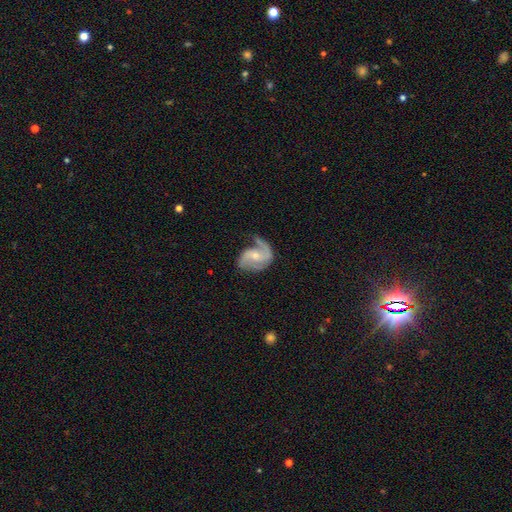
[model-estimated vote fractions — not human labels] Morphology: type=featured or disk (85%); edge-on=no (98%); bar=no (48%); spiral arms=yes (96%); winding=medium (49%); arm count=2 (77%); bulge=small (51%); merging=none (54%).